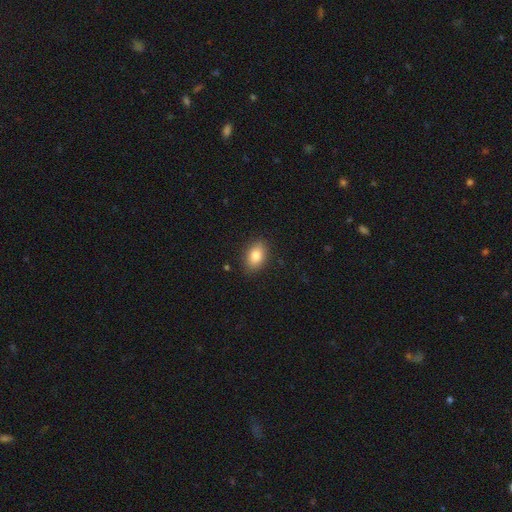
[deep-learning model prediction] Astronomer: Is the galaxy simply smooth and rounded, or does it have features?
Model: smooth — 82%.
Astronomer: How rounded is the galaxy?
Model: in between — 87%.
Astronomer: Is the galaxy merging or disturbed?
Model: none — 87%.